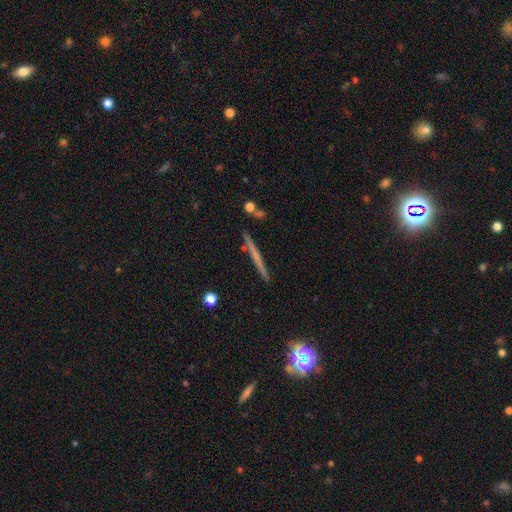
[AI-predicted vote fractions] This is possibly a featured or disk galaxy (51%). It is clearly viewed edge-on (97%). Merging: clearly none (89%).